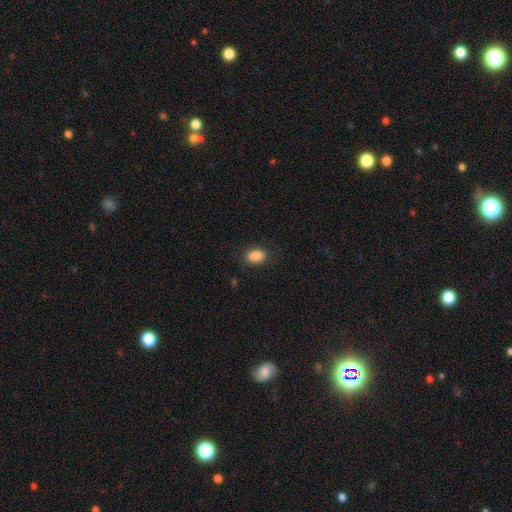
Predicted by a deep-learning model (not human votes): smooth 88%, star or artifact 9%, featured or disk 3%. Down the decision tree: how rounded — in between (77%); merging — none (85%).